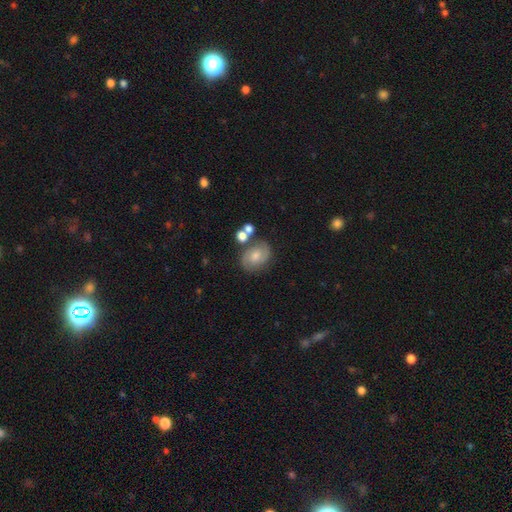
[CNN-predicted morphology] smooth-or-featured: featured or disk: 57% | smooth: 33% | star or artifact: 10%
  disk-edge-on: no: 97% | yes: 3%
    bar: no: 60% | weak: 34% | strong: 7%
    has-spiral-arms: yes: 87% | no: 13%
    bulge-size: moderate: 54% | small: 29% | large: 9% | none: 7% | dominant: 2%
  merging: none: 68% | minor disturbance: 15% | merger: 11% | major disturbance: 5%